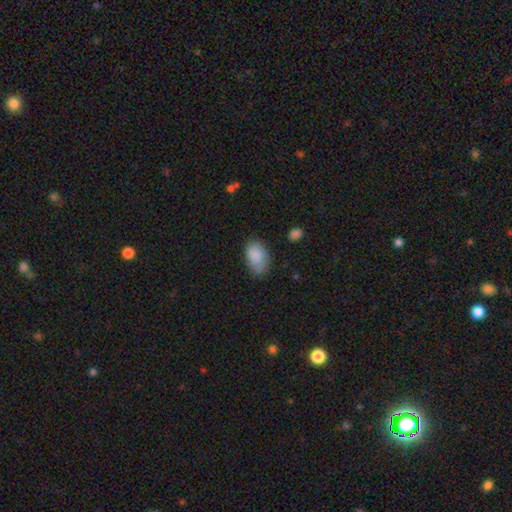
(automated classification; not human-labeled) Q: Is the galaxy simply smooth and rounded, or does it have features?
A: smooth — 83%.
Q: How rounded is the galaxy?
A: in between — 88%.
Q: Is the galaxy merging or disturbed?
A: none — 64%.